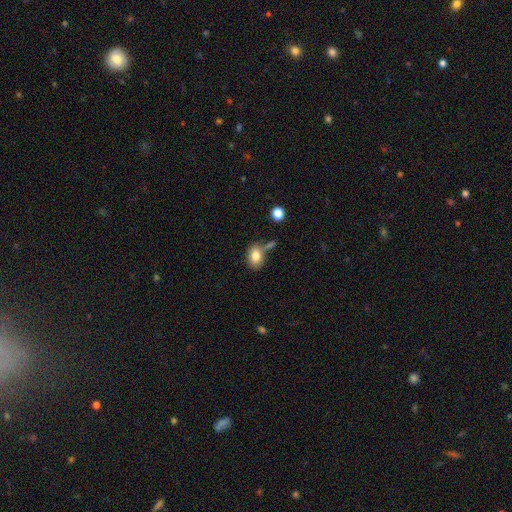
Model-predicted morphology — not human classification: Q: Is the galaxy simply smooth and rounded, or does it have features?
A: smooth — 80%.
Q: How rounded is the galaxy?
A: in between — 71%.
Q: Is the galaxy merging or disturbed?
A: none — 56%.